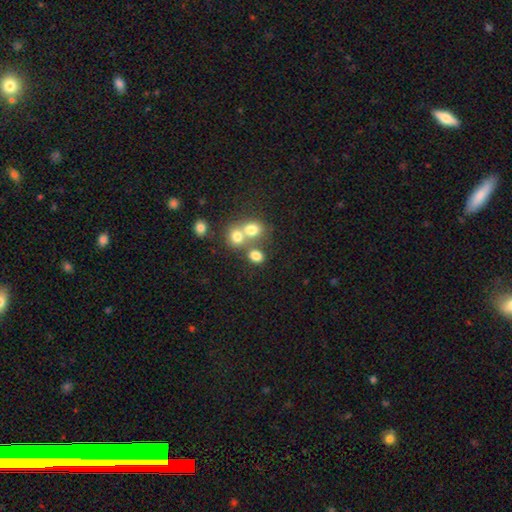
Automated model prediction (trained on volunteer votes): Smooth or featured? Predicted: smooth (p=0.76). How rounded? Predicted: round (p=0.60). Merging? Predicted: none (p=0.49).